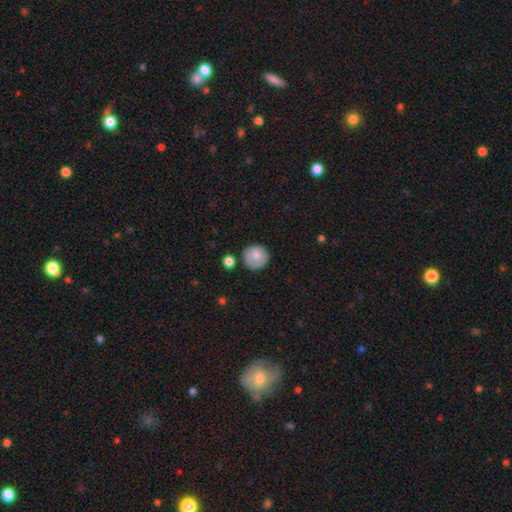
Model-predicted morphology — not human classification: A smooth galaxy with no disk features (78%) that is round (91%). Merging: none (75%).